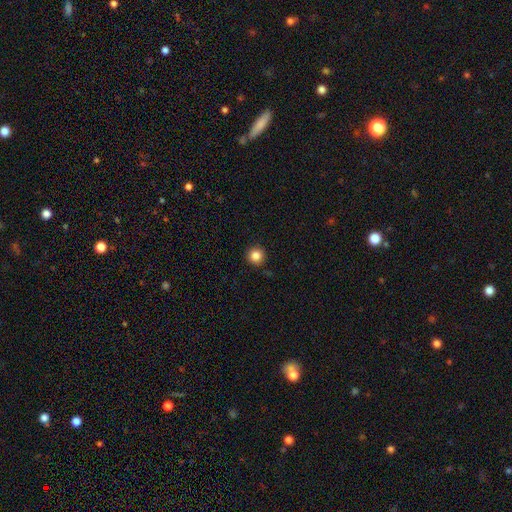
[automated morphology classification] type=smooth (86%); roundness=round (95%); merging=none (91%).